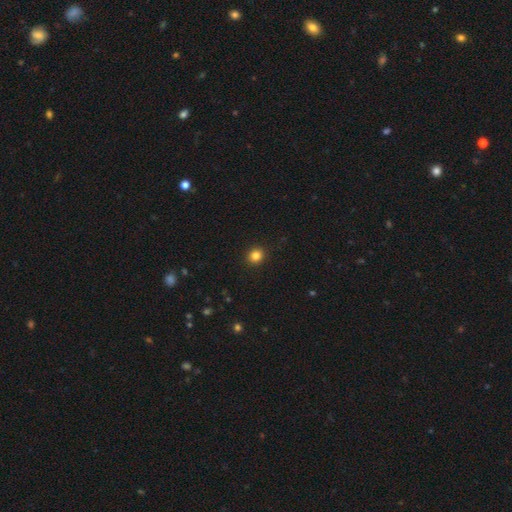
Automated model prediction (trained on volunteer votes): Smooth or featured? smooth (84%)
How rounded? round (85%)
Merging? none (92%)